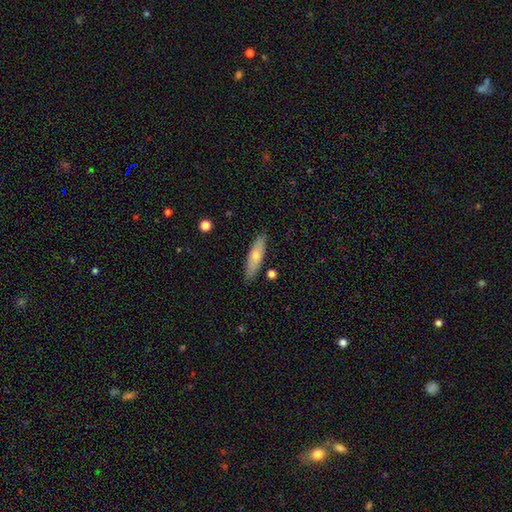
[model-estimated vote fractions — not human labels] A smooth galaxy with no disk features (60%) that is cigar-shaped (66%). Merging: none (87%).